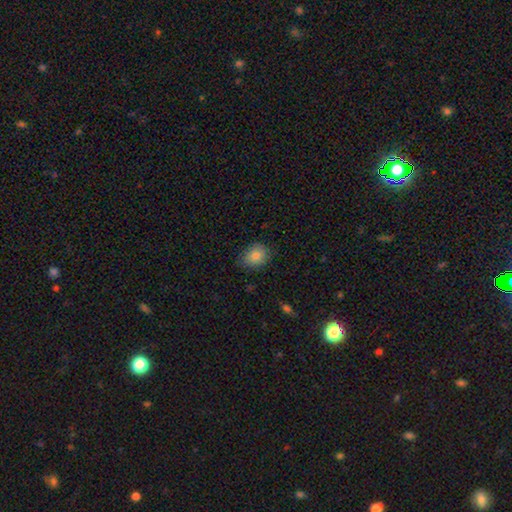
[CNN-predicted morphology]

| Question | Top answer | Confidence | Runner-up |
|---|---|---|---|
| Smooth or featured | smooth | 82% | star or artifact (9%) |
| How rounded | in between | 50% | round (49%) |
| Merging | none | 77% | minor disturbance (19%) |